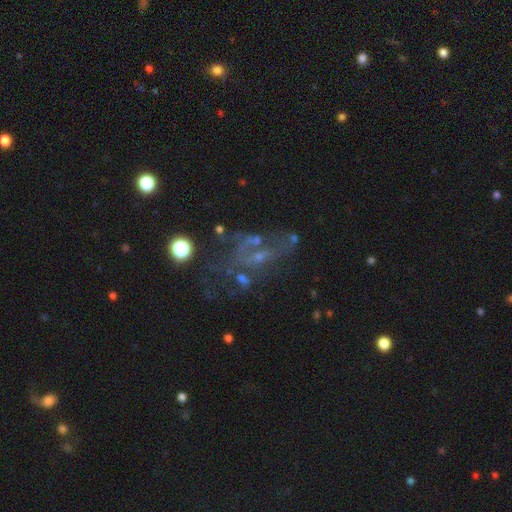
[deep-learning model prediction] Morphology: type=featured or disk (55%); edge-on=no (93%); bar=no (73%); spiral arms=no (68%); bulge=small (45%); merging=none (35%, tied with major disturbance).